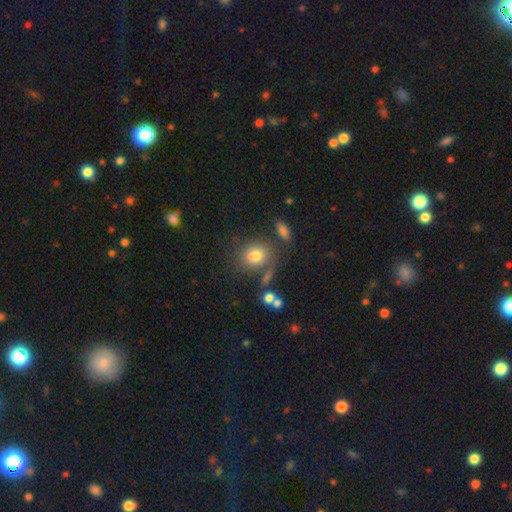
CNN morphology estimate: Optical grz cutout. It shows a smooth galaxy with no disk features (77%) that is round (59%). Merging: none (63%).